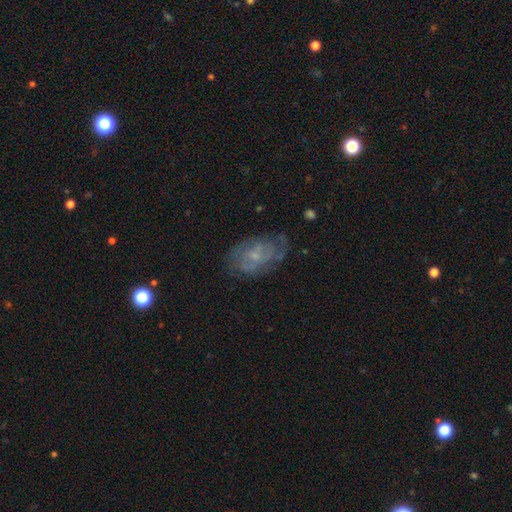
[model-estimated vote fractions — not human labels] A featured or disk galaxy (63%) with no bar (71%), spiral arms (75%) and a small central bulge (66%).

Vote fractions:
- Smooth or featured? featured or disk: 63% / smooth: 27% / star or artifact: 10%
- Edge-on disk? no: 96% / yes: 4%
- Bar? no: 71% / weak: 25% / strong: 3%
- Spiral arms? yes: 75% / no: 25%
- Bulge size? small: 66% / moderate: 19% / none: 13% / large: 2% / dominant: 1%
- Merging? none: 63% / minor disturbance: 23% / major disturbance: 13% / merger: 2%